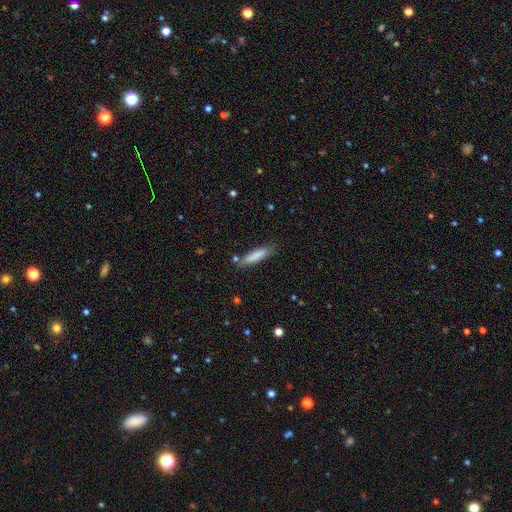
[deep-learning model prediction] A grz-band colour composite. It shows a smooth galaxy with no disk features (83%) that is cigar-shaped (78%). Merging: none (77%).